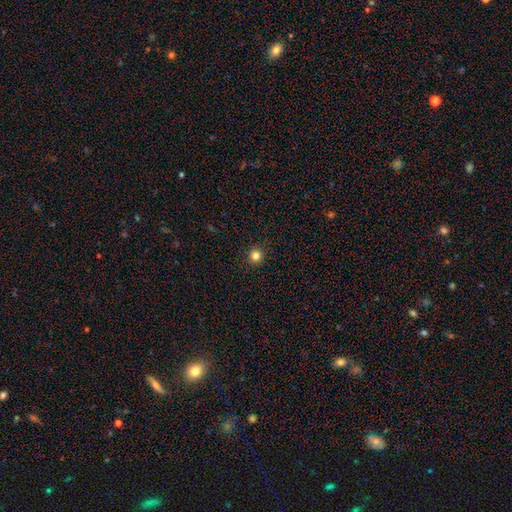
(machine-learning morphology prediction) A smooth galaxy with no disk features (82%) that is round (94%).

Vote fractions:
- Smooth or featured? smooth: 82% / star or artifact: 13% / featured or disk: 4%
- How rounded? round: 94% / in between: 5% / cigar-shaped: 1%
- Merging? none: 93% / minor disturbance: 5% / major disturbance: 2% / merger: 1%